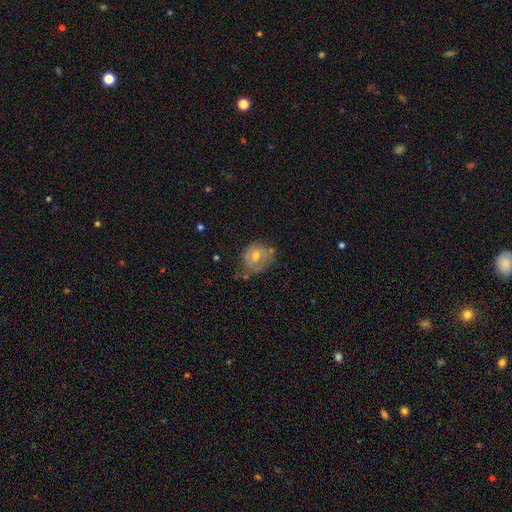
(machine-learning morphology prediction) This is possibly a smooth galaxy (48%). Merging: possibly none (49%).